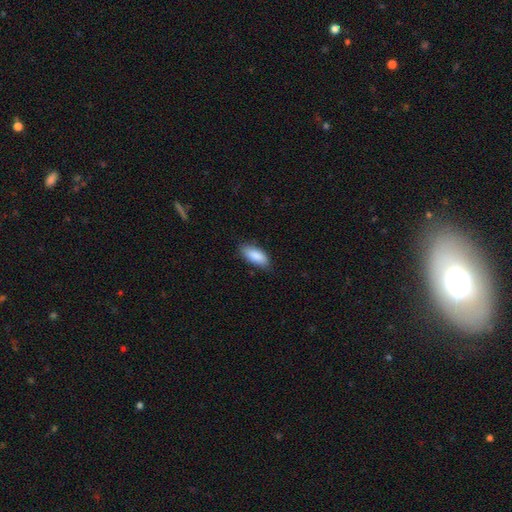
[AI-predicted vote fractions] The model was most divided on "merging": none: 80%, minor disturbance: 16%, major disturbance: 3%, merger: 1%. More confident: smooth or featured — smooth (88%); how rounded — in between (85%).